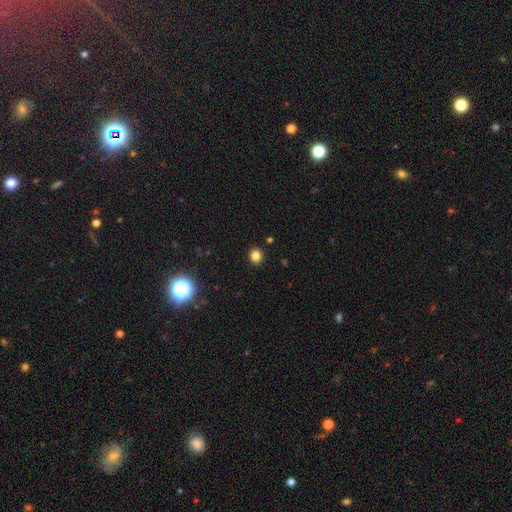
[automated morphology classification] smooth-or-featured: smooth: 82% | star or artifact: 13% | featured or disk: 4%
  how-rounded: round: 80% | in between: 19% | cigar-shaped: 1%
  merging: none: 91% | minor disturbance: 5% | major disturbance: 2% | merger: 1%